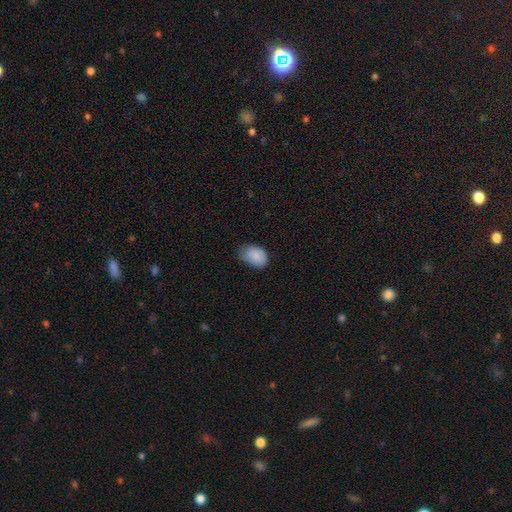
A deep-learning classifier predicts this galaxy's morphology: Smooth or featured? smooth (87%)
How rounded? in between (83%)
Merging? none (58%)